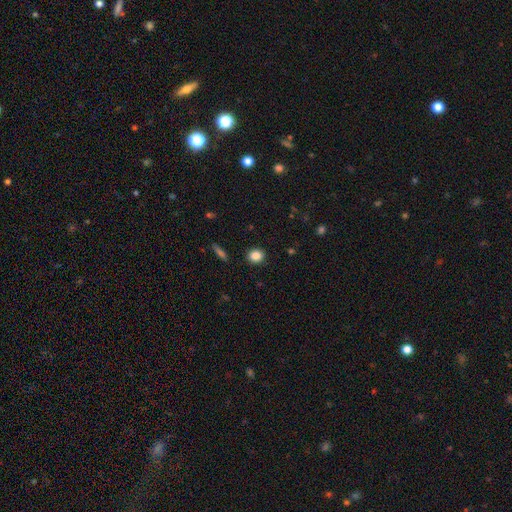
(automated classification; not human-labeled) Morphology: type=smooth (86%); roundness=round (71%); merging=none (90%).